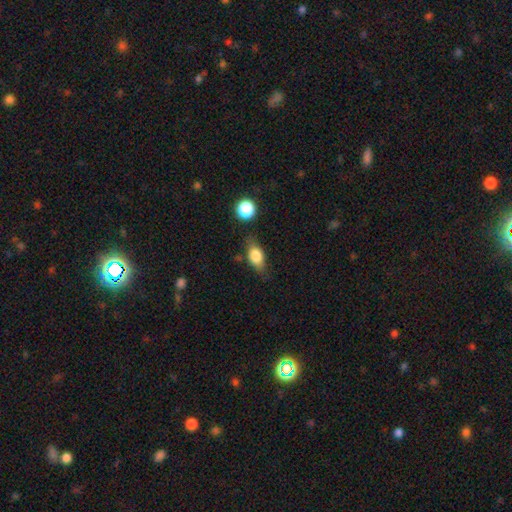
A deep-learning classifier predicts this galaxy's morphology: type=smooth (77%); roundness=in between (80%); merging=none (69%).